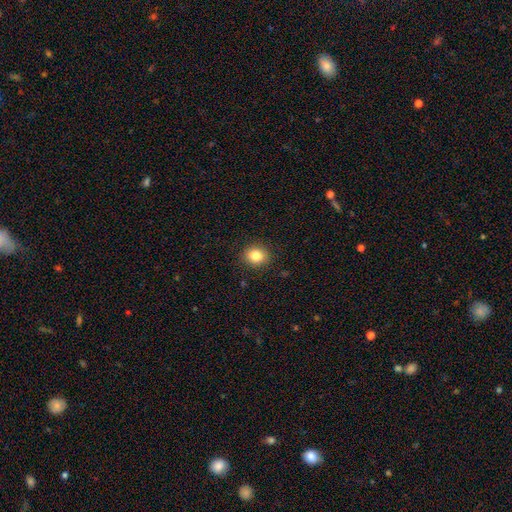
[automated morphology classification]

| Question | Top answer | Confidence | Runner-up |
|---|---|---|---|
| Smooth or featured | smooth | 83% | star or artifact (10%) |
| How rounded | round | 69% | in between (30%) |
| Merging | none | 90% | minor disturbance (7%) |